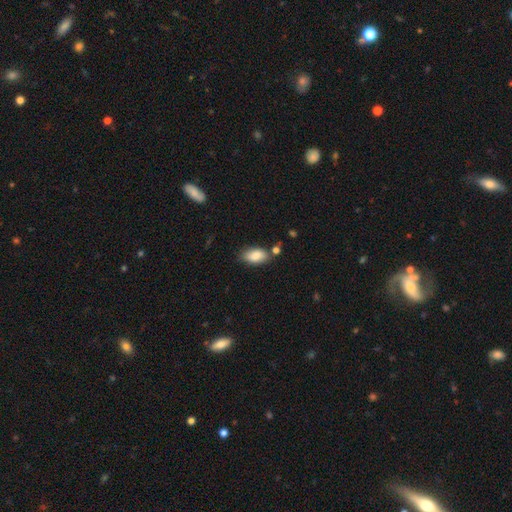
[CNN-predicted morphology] A smooth galaxy with no disk features (86%) that is in between round and cigar-shaped (92%). Merging: none (71%).